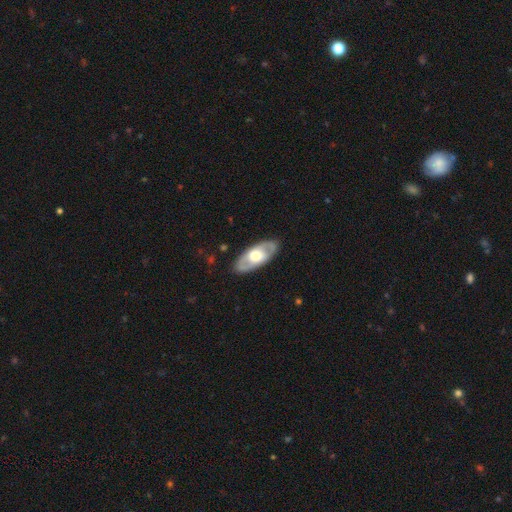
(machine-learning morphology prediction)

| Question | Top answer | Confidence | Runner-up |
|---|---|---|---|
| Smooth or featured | featured or disk | 59% | smooth (37%) |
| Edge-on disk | no | 81% | yes (19%) |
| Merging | none | 86% | minor disturbance (10%) |